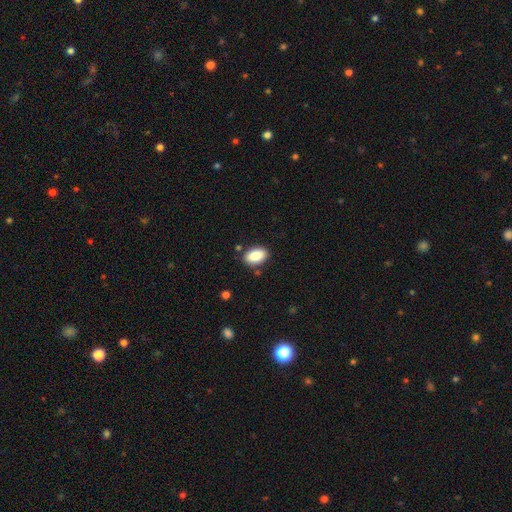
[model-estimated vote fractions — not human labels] Smooth or featured? smooth (87%)
How rounded? in between (90%)
Merging? none (84%)